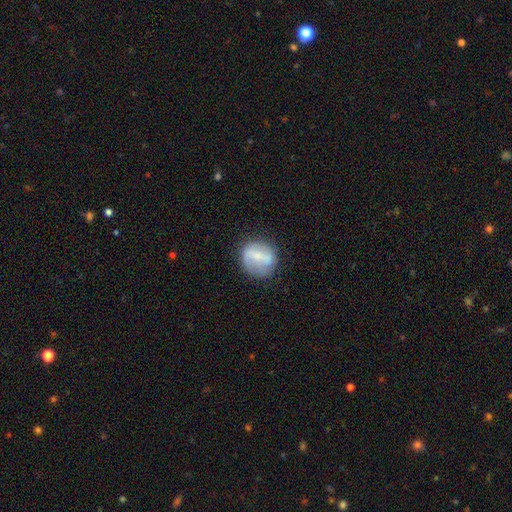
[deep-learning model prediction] This is possibly a smooth galaxy (50%). How rounded: clearly round (80%). Merging: likely none (72%).